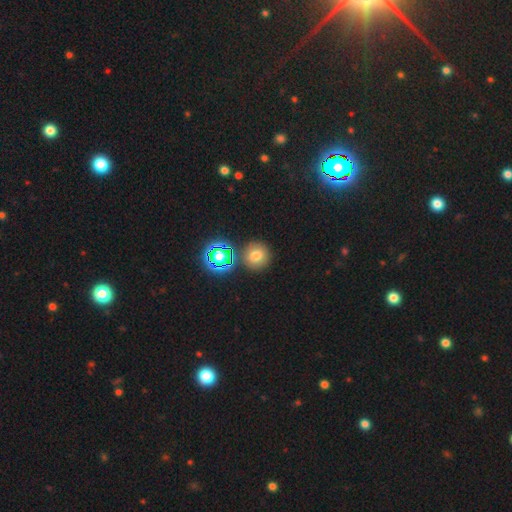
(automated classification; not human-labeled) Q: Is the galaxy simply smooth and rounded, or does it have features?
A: smooth — 68%.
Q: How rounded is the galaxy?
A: round — 90%.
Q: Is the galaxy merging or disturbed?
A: none — 81%.